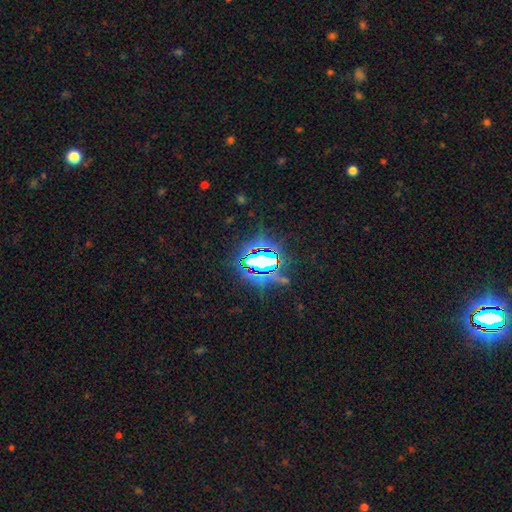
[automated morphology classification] smooth_or_featured: star or artifact (p=0.78) [alt: smooth p=0.12]